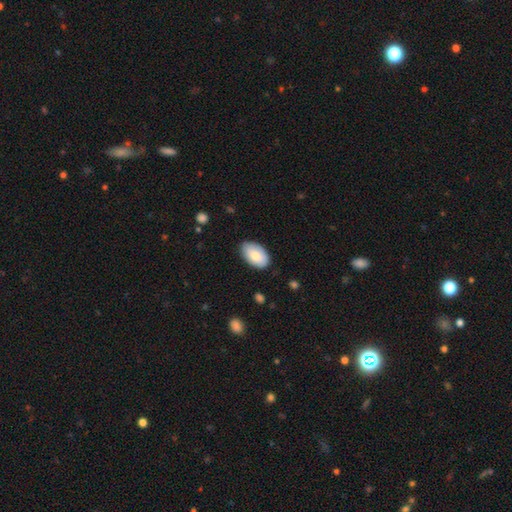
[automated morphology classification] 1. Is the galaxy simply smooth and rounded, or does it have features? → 78% smooth, 16% featured or disk, 6% star or artifact.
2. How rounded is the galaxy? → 94% in between, 5% round, 1% cigar-shaped.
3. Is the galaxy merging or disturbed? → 82% none, 15% minor disturbance, 2% major disturbance, 1% merger.